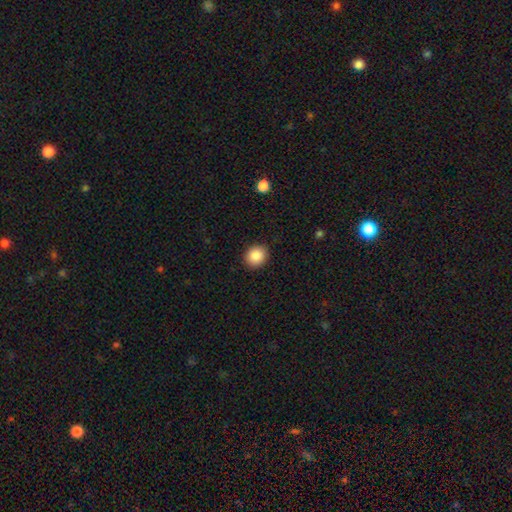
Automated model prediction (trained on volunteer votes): Smooth or featured?
  - smooth: 88% *
  - star or artifact: 9%
  - featured or disk: 4%
How rounded?
  - round: 71% *
  - in between: 28%
  - cigar-shaped: 1%
Merging?
  - none: 90% *
  - minor disturbance: 7%
  - major disturbance: 2%
  - merger: 1%